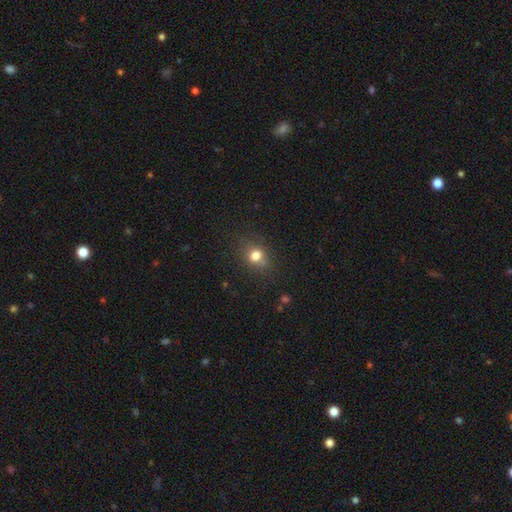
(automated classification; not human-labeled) Morphology: type=smooth (76%); roundness=round (70%); merging=none (72%).